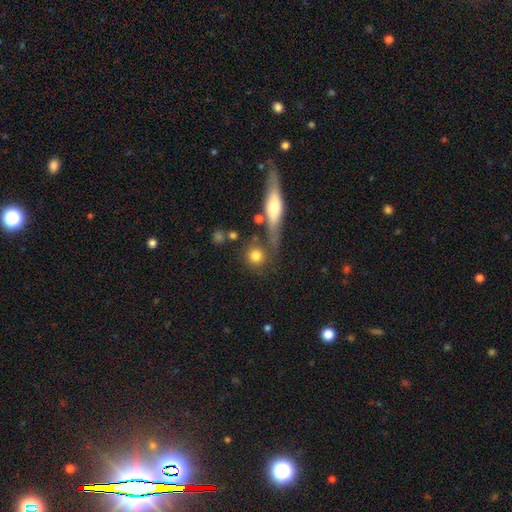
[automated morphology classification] This appears to be a smooth galaxy with no disk features (78%) that is round (85%). Merging: none (67%).